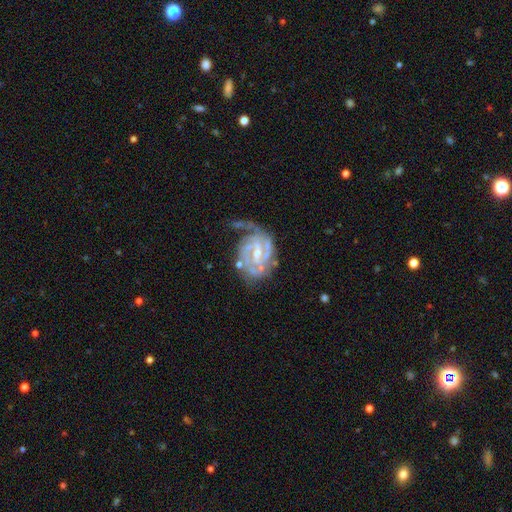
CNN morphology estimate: featured or disk 87%, star or artifact 7%, smooth 6%. Down the decision tree: edge-on disk — no (97%); bar — weak (46%); spiral arms — yes (95%); spiral arm count — 2 (41%); spiral winding — tight (59%); bulge size — small (56%); merging — none (48%).